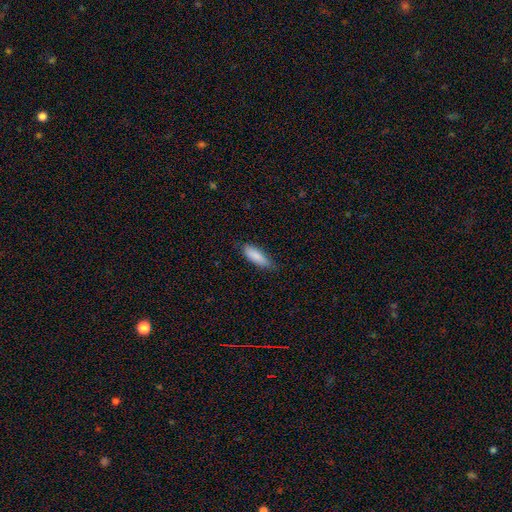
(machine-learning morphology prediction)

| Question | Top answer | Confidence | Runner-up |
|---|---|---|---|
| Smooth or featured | smooth | 87% | featured or disk (7%) |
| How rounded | in between | 55% | cigar-shaped (43%) |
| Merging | none | 76% | minor disturbance (20%) |